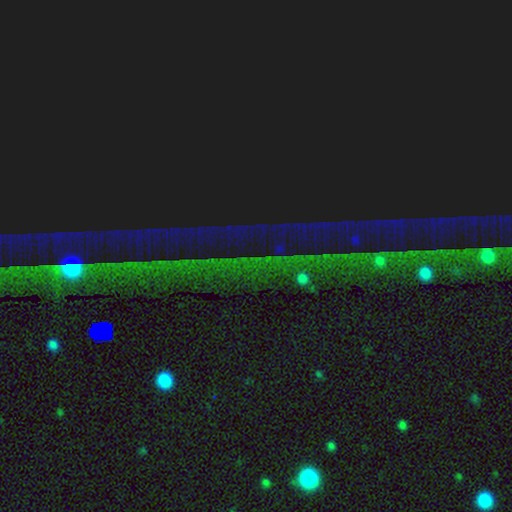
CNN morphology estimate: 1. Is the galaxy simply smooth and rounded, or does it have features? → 84% star or artifact, 8% featured or disk, 7% smooth.